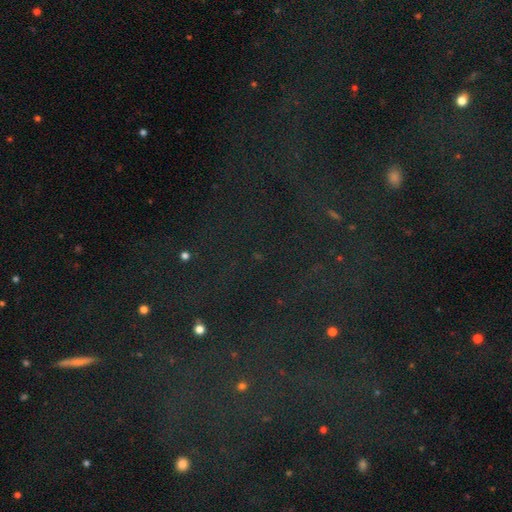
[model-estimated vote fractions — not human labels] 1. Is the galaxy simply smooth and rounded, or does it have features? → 79% star or artifact, 12% smooth, 10% featured or disk.